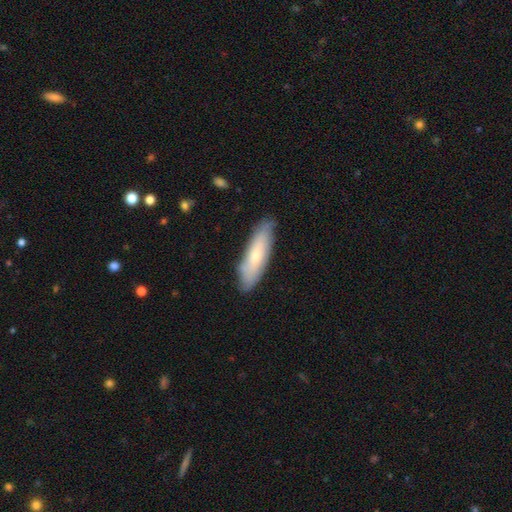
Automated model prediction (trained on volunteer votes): smooth 59%, featured or disk 35%, star or artifact 6%. Down the decision tree: how rounded — cigar-shaped (58%); merging — none (79%).